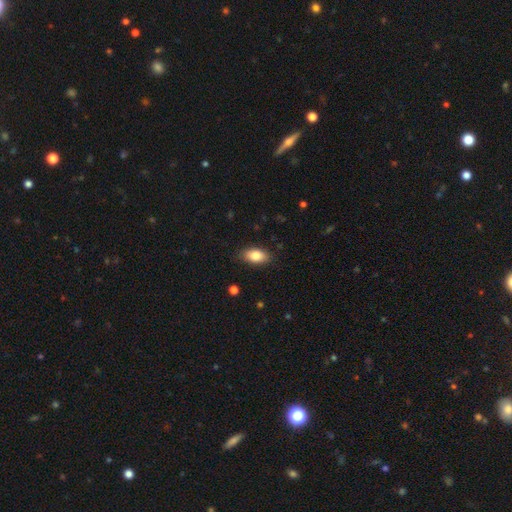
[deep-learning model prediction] Smooth or featured? smooth (84%)
How rounded? in between (90%)
Merging? none (84%)